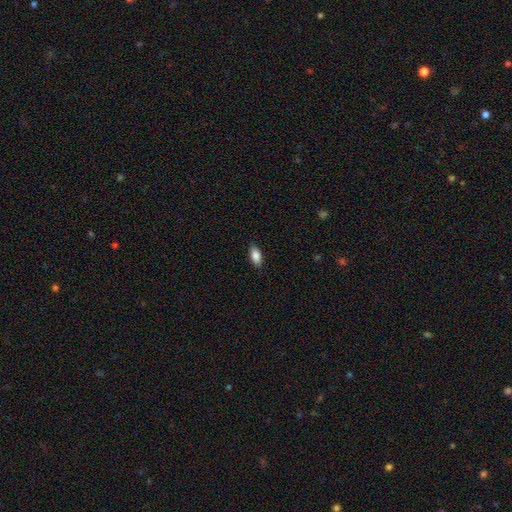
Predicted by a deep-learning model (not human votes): Overall: smooth (87%). How rounded: in between (90%). Merging: none (87%).